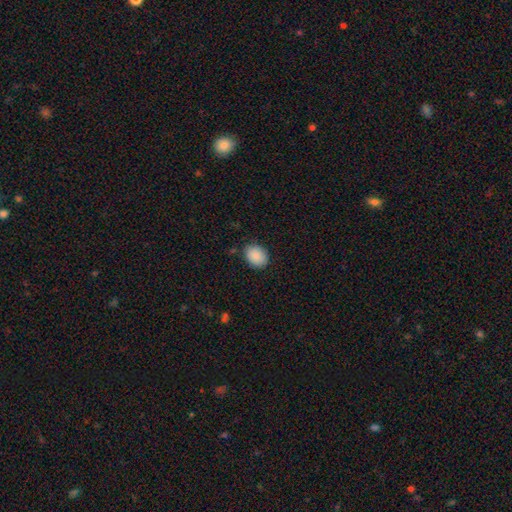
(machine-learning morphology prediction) Smooth or featured? smooth (88%)
How rounded? in between (53%)
Merging? none (84%)